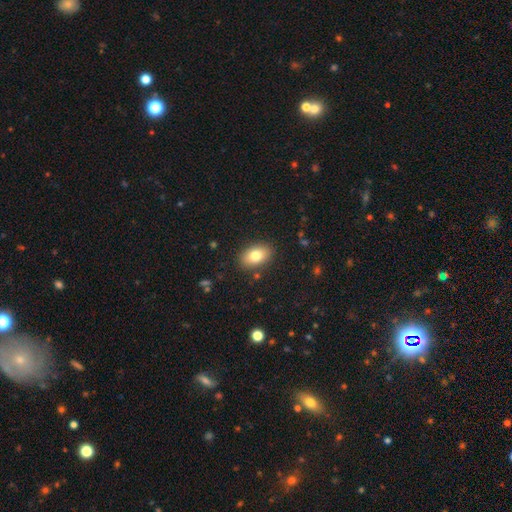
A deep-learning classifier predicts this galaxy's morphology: type=smooth (78%); roundness=in between (86%); merging=none (87%).